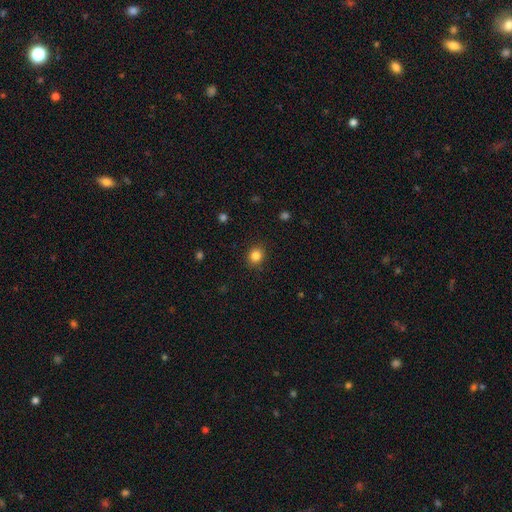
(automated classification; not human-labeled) Smooth or featured? Predicted: smooth (p=0.84). How rounded? Predicted: round (p=0.77). Merging? Predicted: none (p=0.89).